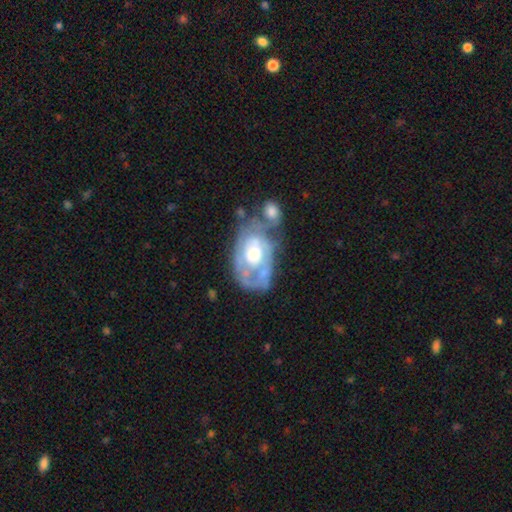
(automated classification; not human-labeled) featured or disk 74%, smooth 20%, star or artifact 6%. Down the decision tree: edge-on disk — no (95%); bar — no (78%); spiral arms — yes (62%); bulge size — moderate (56%); merging — none (35%).